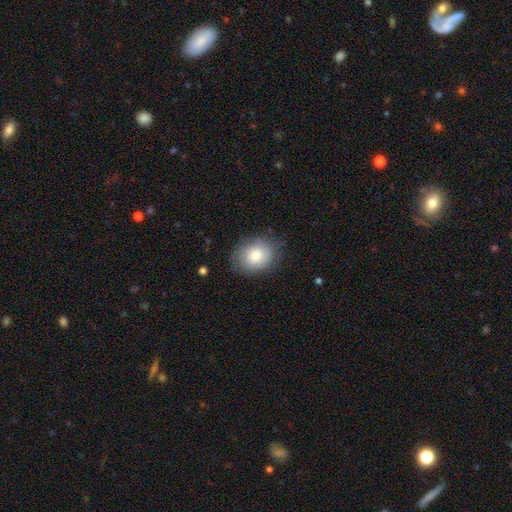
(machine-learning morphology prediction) The model was most divided on "how rounded": in between: 61%, round: 39%, cigar-shaped: 1%. More confident: merging — none (79%); smooth or featured — smooth (77%).